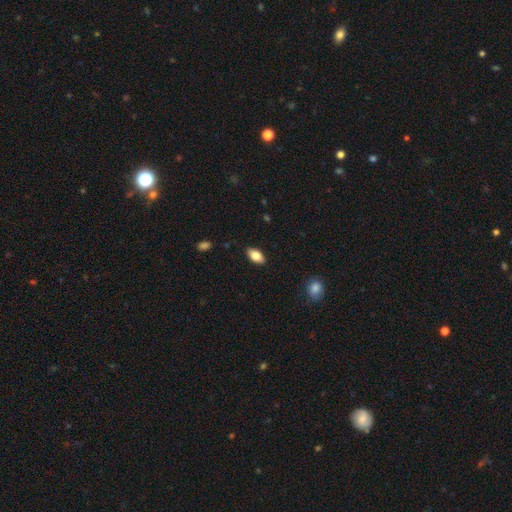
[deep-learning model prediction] Morphology: type=smooth (82%); roundness=in between (92%); merging=none (88%).